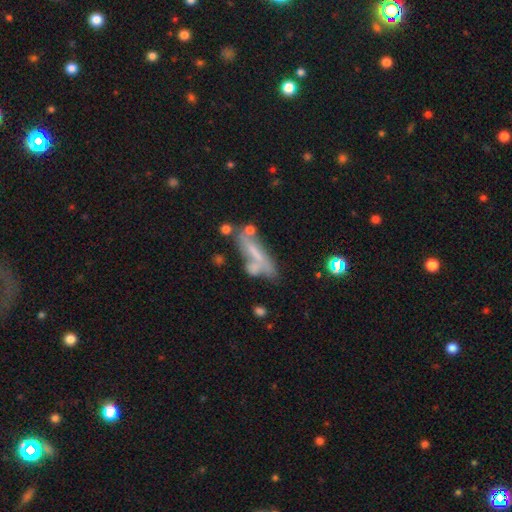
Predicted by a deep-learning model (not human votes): Morphology: type=featured or disk (49%); merging=none (36%).